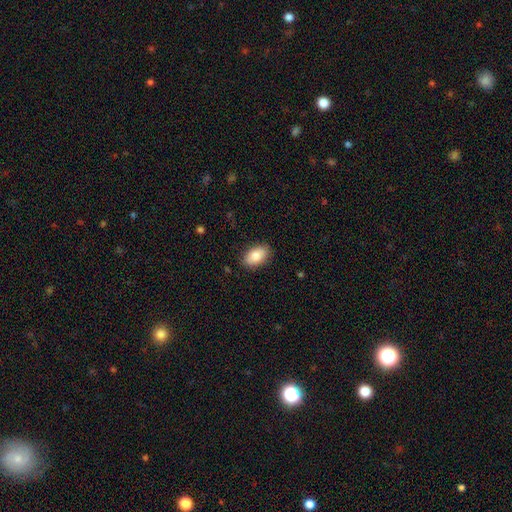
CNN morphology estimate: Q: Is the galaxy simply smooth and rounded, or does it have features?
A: smooth — 84%.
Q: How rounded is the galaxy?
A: in between — 93%.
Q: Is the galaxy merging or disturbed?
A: none — 87%.